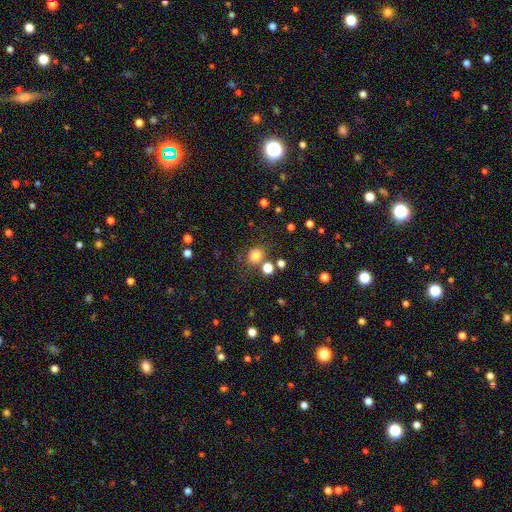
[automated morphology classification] Q: Smooth or featured?
A: smooth (78%); runner-up: star or artifact (14%)
Q: How rounded?
A: round (75%); runner-up: in between (24%)
Q: Merging?
A: none (69%); runner-up: minor disturbance (13%)